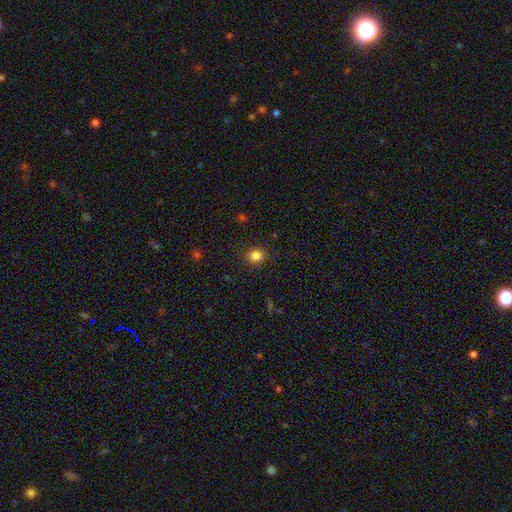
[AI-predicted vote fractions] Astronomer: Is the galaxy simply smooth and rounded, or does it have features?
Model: smooth — 83%.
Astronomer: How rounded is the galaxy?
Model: round — 83%.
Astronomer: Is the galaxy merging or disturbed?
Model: none — 90%.